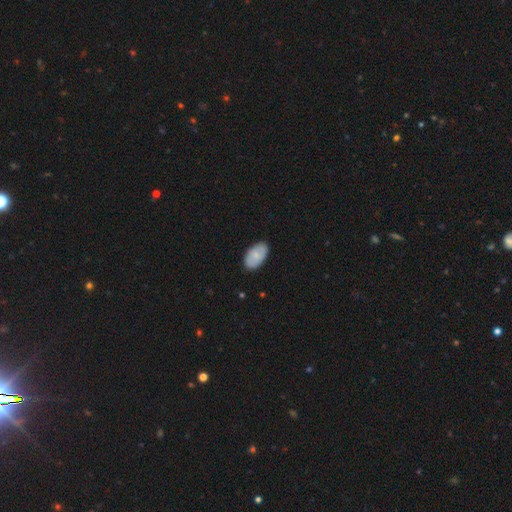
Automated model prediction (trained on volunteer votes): A smooth galaxy with no disk features (76%) that is in between round and cigar-shaped (94%).

Vote fractions:
- Smooth or featured? smooth: 76% / featured or disk: 18% / star or artifact: 6%
- How rounded? in between: 94% / round: 4% / cigar-shaped: 2%
- Merging? none: 84% / minor disturbance: 12% / major disturbance: 2% / merger: 1%